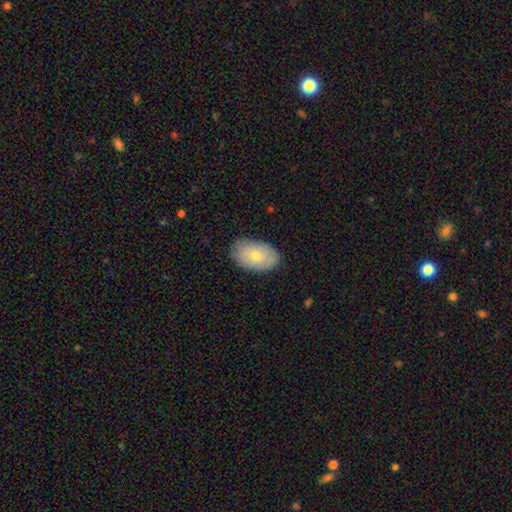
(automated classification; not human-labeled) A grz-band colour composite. It shows a smooth galaxy with no disk features (71%) that is in between round and cigar-shaped (91%). Merging: none (83%).